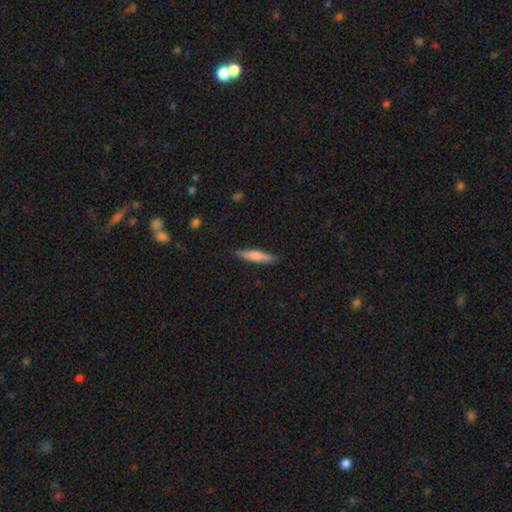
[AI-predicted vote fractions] A smooth galaxy with no disk features (73%) that is cigar-shaped (87%).

Vote fractions:
- Smooth or featured? smooth: 73% / featured or disk: 22% / star or artifact: 6%
- How rounded? cigar-shaped: 87% / in between: 12% / round: 1%
- Merging? none: 89% / minor disturbance: 9% / major disturbance: 2% / merger: 1%